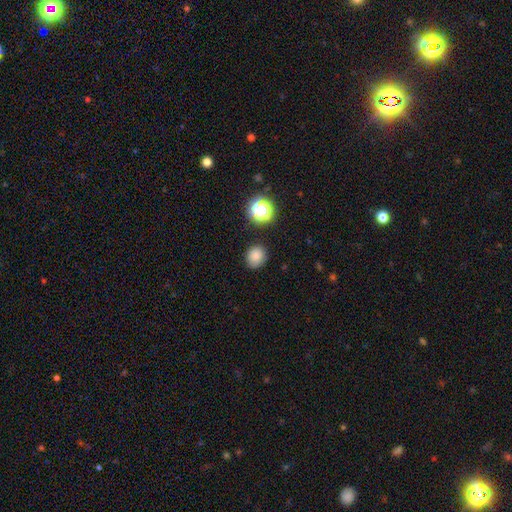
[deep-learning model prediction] Smooth or featured: smooth — 81% (star or artifact — 14%)
How rounded: round — 72% (in between — 27%)
Merging: none — 82% (minor disturbance — 12%)